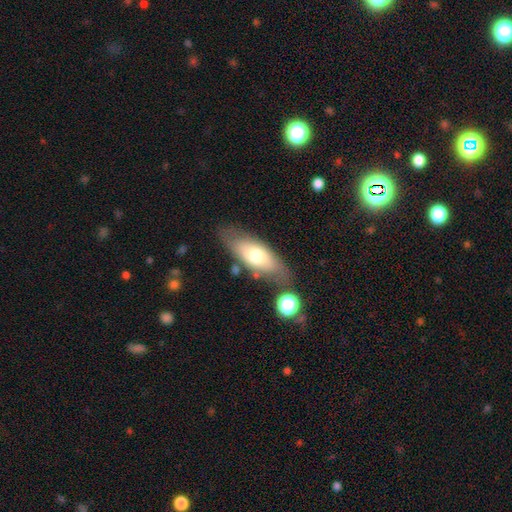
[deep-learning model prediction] Q: Smooth or featured?
A: smooth (60%); runner-up: featured or disk (33%)
Q: How rounded?
A: in between (75%); runner-up: cigar-shaped (21%)
Q: Merging?
A: none (69%); runner-up: minor disturbance (18%)